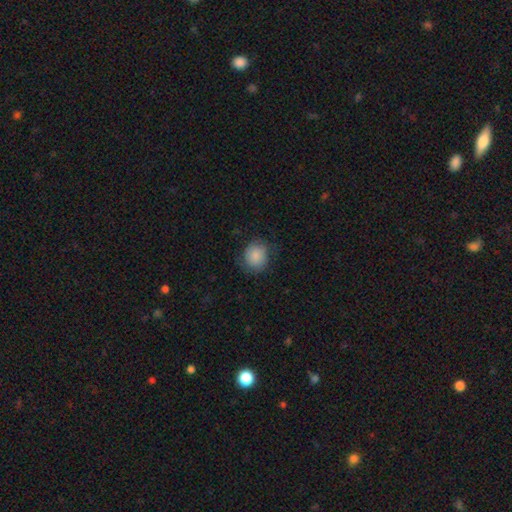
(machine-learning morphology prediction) Smooth or featured?
  - smooth: 83% *
  - featured or disk: 9%
  - star or artifact: 8%
How rounded?
  - round: 72% *
  - in between: 27%
  - cigar-shaped: 1%
Merging?
  - none: 71% *
  - minor disturbance: 21%
  - major disturbance: 7%
  - merger: 1%